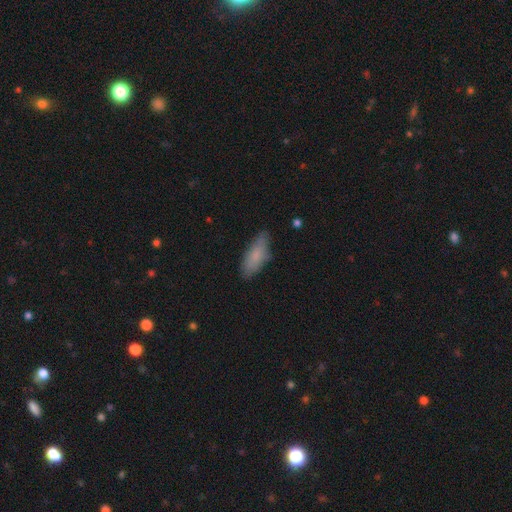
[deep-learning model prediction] A smooth galaxy with no disk features (79%) that is in between round and cigar-shaped (68%). Merging: none (76%).